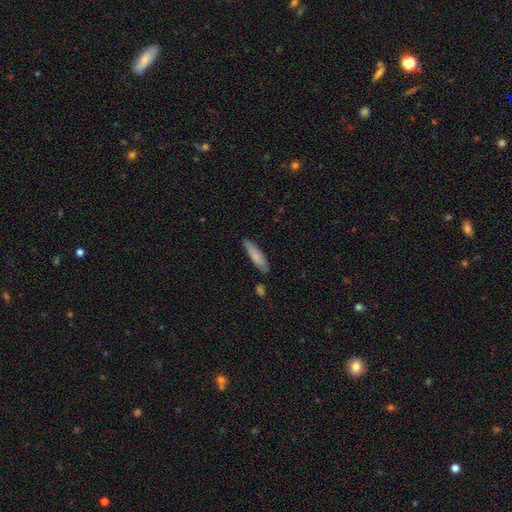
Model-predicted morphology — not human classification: smooth_or_featured: smooth (p=0.76) [alt: featured or disk p=0.18]
how_rounded: cigar-shaped (p=0.70) [alt: in between p=0.28]
merging: none (p=0.79) [alt: minor disturbance p=0.15]